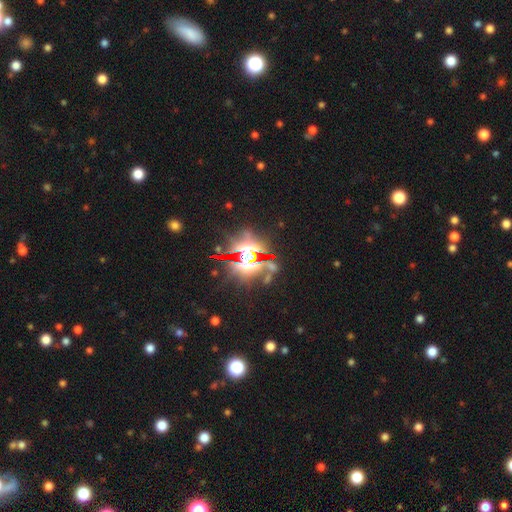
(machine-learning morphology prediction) smooth_or_featured: star or artifact (p=0.79) [alt: featured or disk p=0.11]